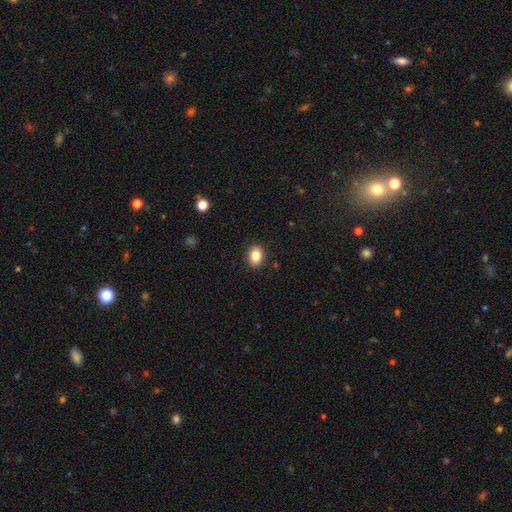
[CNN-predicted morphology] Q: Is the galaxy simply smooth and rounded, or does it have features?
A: smooth — 86%.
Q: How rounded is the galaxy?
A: in between — 71%.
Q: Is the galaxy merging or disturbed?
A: none — 89%.